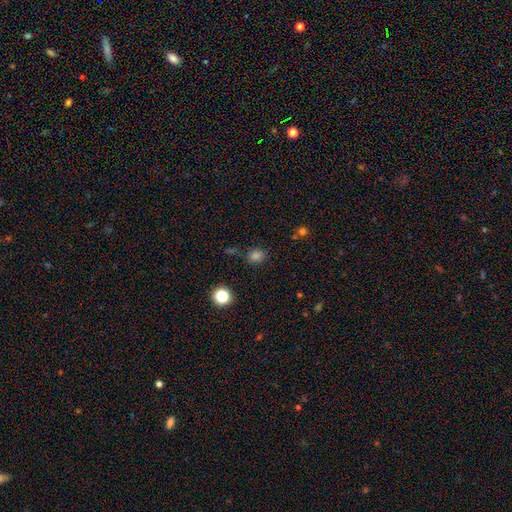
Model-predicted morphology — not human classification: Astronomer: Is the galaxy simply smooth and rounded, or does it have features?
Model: smooth — 76%.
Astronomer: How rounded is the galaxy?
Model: round — 77%.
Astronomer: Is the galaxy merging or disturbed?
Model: none — 78%.